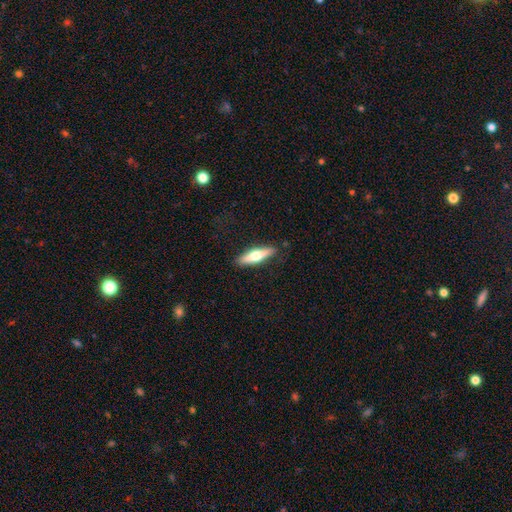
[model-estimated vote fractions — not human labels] A smooth galaxy with no disk features (50%).

Vote fractions:
- Smooth or featured? smooth: 50% / featured or disk: 45% / star or artifact: 5%
- Merging? none: 87% / minor disturbance: 9% / major disturbance: 2% / merger: 1%